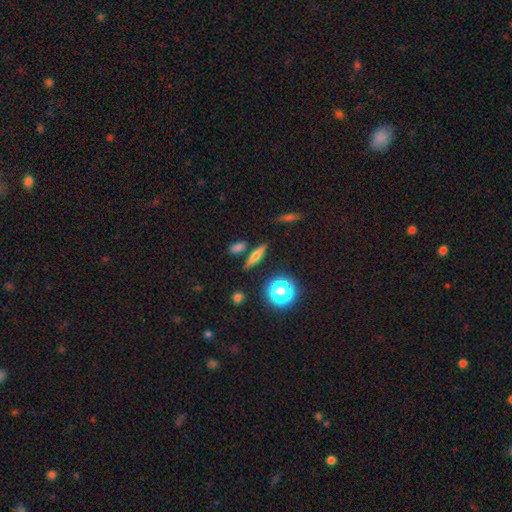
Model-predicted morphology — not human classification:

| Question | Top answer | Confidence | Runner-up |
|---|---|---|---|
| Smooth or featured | smooth | 49% | featured or disk (37%) |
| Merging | none | 84% | minor disturbance (8%) |